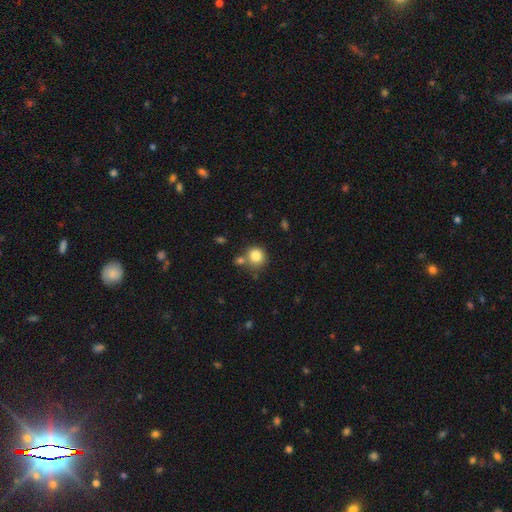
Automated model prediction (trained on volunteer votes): Smooth or featured?
  - smooth: 83% *
  - star or artifact: 10%
  - featured or disk: 7%
How rounded?
  - round: 89% *
  - in between: 10%
  - cigar-shaped: 1%
Merging?
  - none: 68% *
  - merger: 17%
  - minor disturbance: 12%
  - major disturbance: 4%